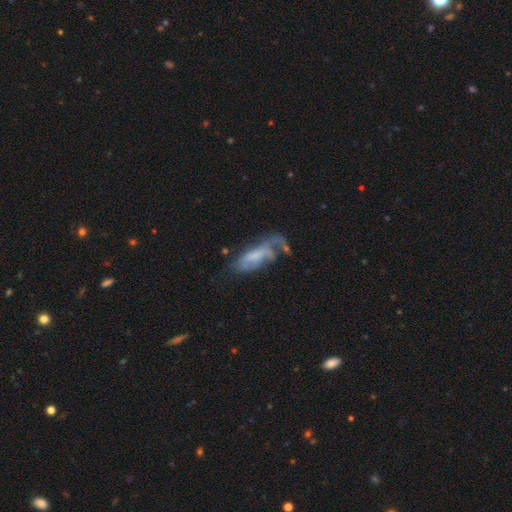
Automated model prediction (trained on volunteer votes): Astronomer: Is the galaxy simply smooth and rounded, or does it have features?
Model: featured or disk — 57% (runner-up: smooth, 34%).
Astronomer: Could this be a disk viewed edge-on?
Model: no — 86%.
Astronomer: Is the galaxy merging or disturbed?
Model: major disturbance — 40% (runner-up: none, 29%).